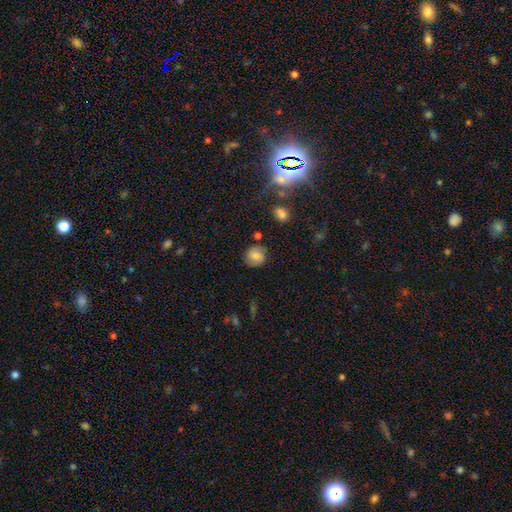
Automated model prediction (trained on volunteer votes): Overall: smooth (61%; featured or disk 29%). How rounded: round (84%). Merging: none (80%).